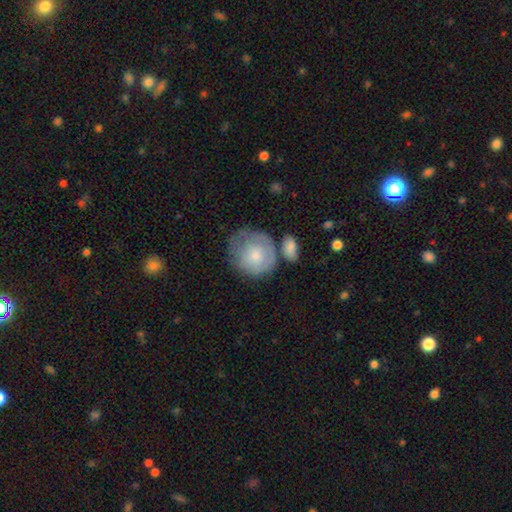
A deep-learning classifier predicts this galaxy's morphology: Smooth or featured: smooth — 69% (featured or disk — 25%)
How rounded: round — 83% (in between — 16%)
Merging: none — 47% (minor disturbance — 27%)